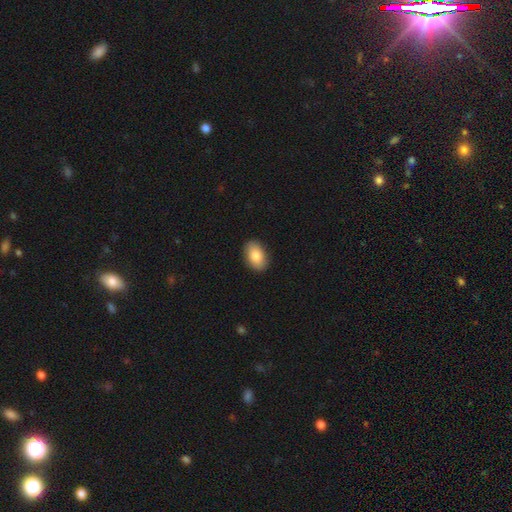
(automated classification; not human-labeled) Q: Smooth or featured?
A: smooth (85%); runner-up: featured or disk (8%)
Q: How rounded?
A: in between (90%); runner-up: round (9%)
Q: Merging?
A: none (89%); runner-up: minor disturbance (8%)